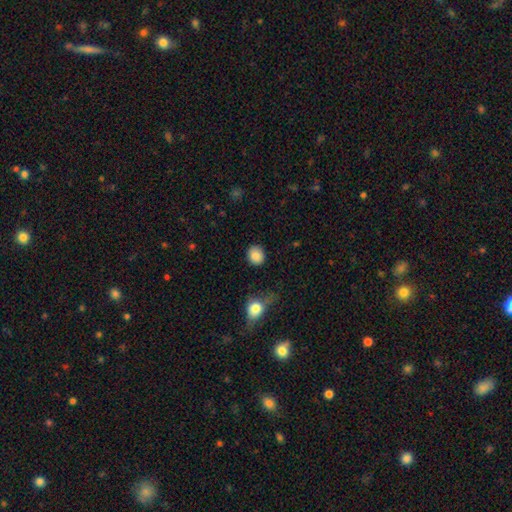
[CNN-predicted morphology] Smooth or featured?
  - smooth: 87% *
  - star or artifact: 8%
  - featured or disk: 5%
How rounded?
  - round: 78% *
  - in between: 21%
  - cigar-shaped: 1%
Merging?
  - none: 85% *
  - minor disturbance: 9%
  - major disturbance: 3%
  - merger: 2%